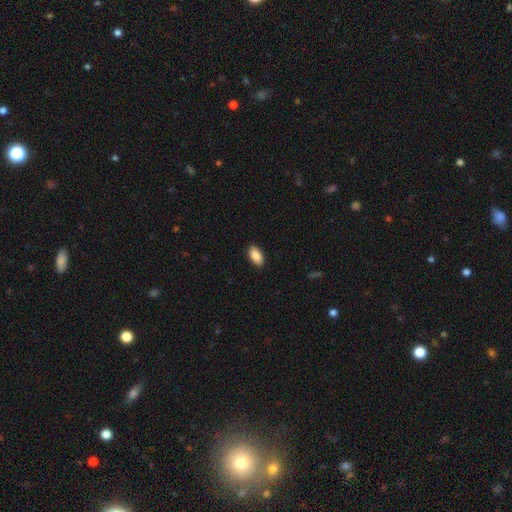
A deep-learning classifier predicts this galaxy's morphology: A smooth galaxy with no disk features (89%) that is in between round and cigar-shaped (94%).

Vote fractions:
- Smooth or featured? smooth: 89% / star or artifact: 7% / featured or disk: 4%
- How rounded? in between: 94% / round: 3% / cigar-shaped: 3%
- Merging? none: 90% / minor disturbance: 7% / major disturbance: 2% / merger: 1%